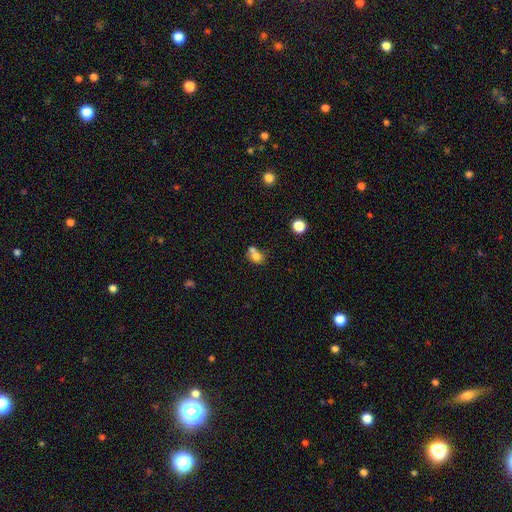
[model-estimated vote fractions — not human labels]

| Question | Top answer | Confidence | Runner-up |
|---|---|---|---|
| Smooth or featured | smooth | 75% | featured or disk (13%) |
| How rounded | round | 61% | in between (38%) |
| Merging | merger | 51% | none (36%) |